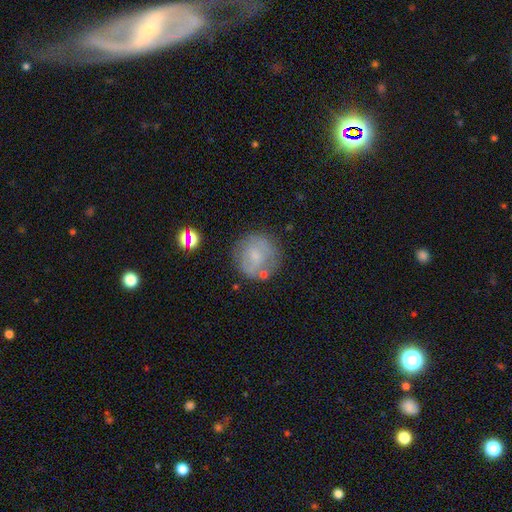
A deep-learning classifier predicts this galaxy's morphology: smooth-or-featured: smooth: 49% | featured or disk: 41% | star or artifact: 10%
  merging: none: 68% | minor disturbance: 19% | major disturbance: 8% | merger: 5%